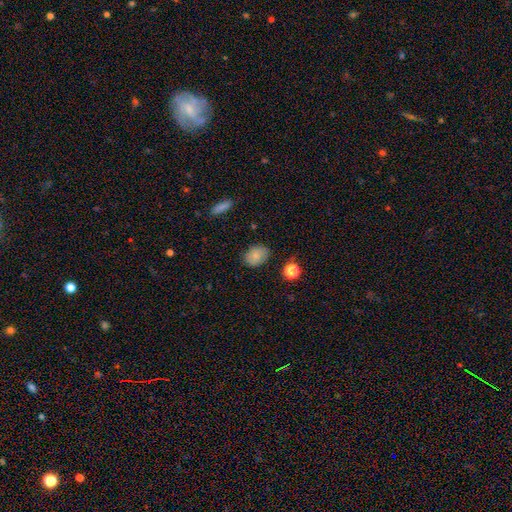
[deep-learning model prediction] This is clearly a smooth galaxy (81%). How rounded: likely in between (65%). Merging: clearly none (82%).